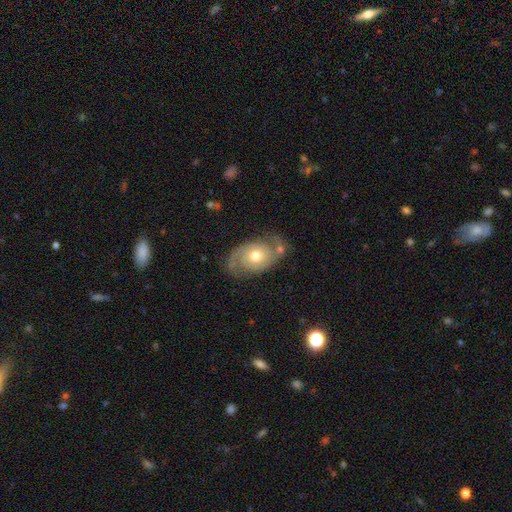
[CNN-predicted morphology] A featured or disk galaxy (77%) with no bar (77%), 2 (85%) medium (43%) spiral arms (91%) and a moderate central bulge (69%).

Vote fractions:
- Smooth or featured? featured or disk: 77% / smooth: 17% / star or artifact: 6%
- Edge-on disk? no: 96% / yes: 4%
- Bar? no: 77% / weak: 20% / strong: 4%
- Spiral arms? yes: 91% / no: 9%
- Spiral winding? medium: 43% / tight: 38% / loose: 19%
- Spiral arm count? 2: 85% / can't tell: 7% / 1: 3% / 3: 2% / 4: 1% / more than 4: 1%
- Bulge size? moderate: 69% / small: 23% / large: 6% / dominant: 1% / none: 1%
- Merging? none: 69% / minor disturbance: 18% / major disturbance: 7% / merger: 6%